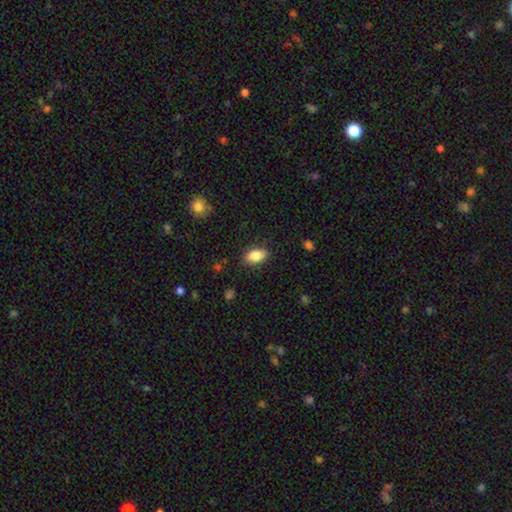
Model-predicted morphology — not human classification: Smooth or featured? Predicted: smooth (p=0.85). How rounded? Predicted: in between (p=0.90). Merging? Predicted: none (p=0.85).